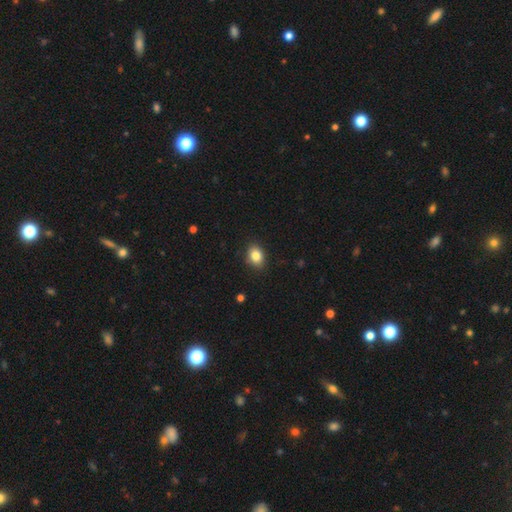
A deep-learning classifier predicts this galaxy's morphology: This is clearly a smooth galaxy (84%). How rounded: likely in between (66%). Merging: clearly none (88%).